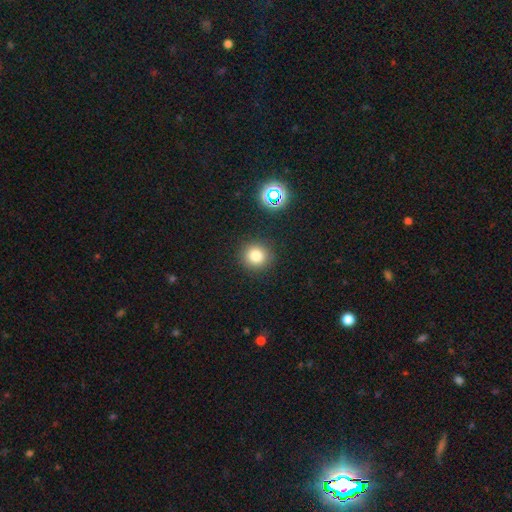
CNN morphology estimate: smooth 79%, star or artifact 15%, featured or disk 7%. Down the decision tree: how rounded — round (92%); merging — none (89%).